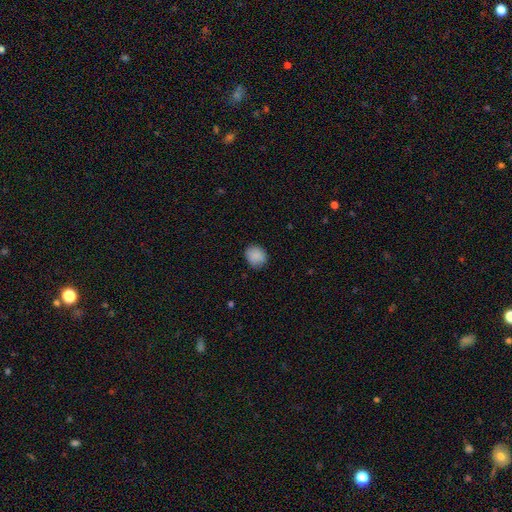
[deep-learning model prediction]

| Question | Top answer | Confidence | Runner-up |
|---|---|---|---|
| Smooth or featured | smooth | 87% | star or artifact (8%) |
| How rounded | round | 66% | in between (33%) |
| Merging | none | 83% | minor disturbance (14%) |